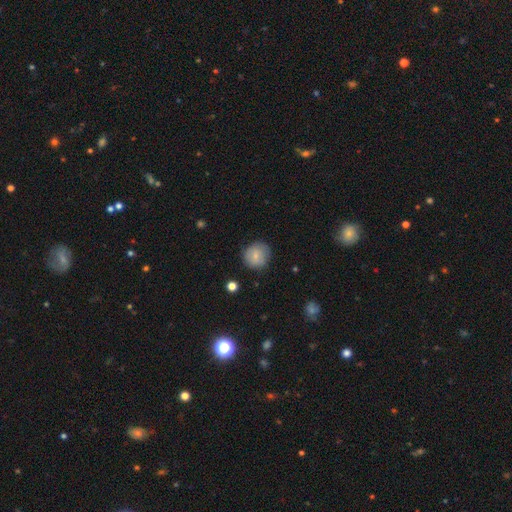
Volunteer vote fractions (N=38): Smooth or featured?
  - smooth: 92% *
  - featured or disk: 5%
  - star or artifact: 3%
How rounded?
  - round: 94% *
  - in between: 6%
  - cigar-shaped: 0%
Merging?
  - none: 84% *
  - minor disturbance: 14%
  - major disturbance: 3%
  - merger: 0%